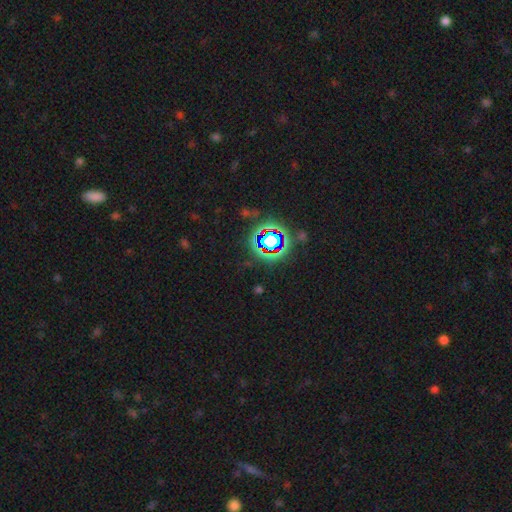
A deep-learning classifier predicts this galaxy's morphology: This appears to be a star or artifact, not a galaxy (78%).